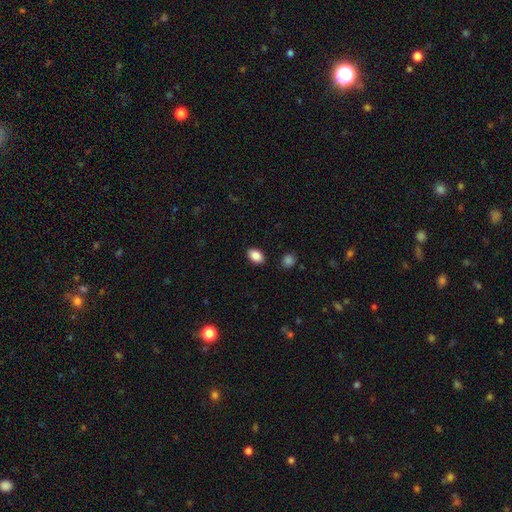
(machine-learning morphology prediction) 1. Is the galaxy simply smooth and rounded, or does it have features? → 88% smooth, 8% star or artifact, 5% featured or disk.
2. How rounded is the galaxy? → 87% in between, 11% round, 1% cigar-shaped.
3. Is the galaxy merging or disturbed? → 87% none, 8% minor disturbance, 2% major disturbance, 2% merger.